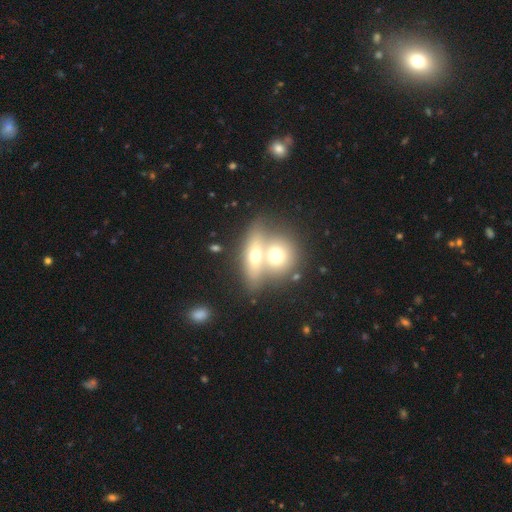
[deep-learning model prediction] smooth-or-featured: smooth: 58% | featured or disk: 34% | star or artifact: 8%
  how-rounded: in between: 56% | round: 33% | cigar-shaped: 11%
  merging: merger: 68% | none: 22% | minor disturbance: 6% | major disturbance: 4%